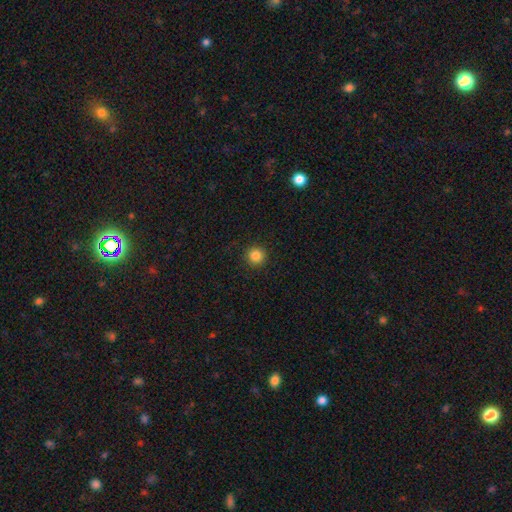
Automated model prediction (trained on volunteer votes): A smooth galaxy with no disk features (85%) that is round (95%). Merging: none (92%).